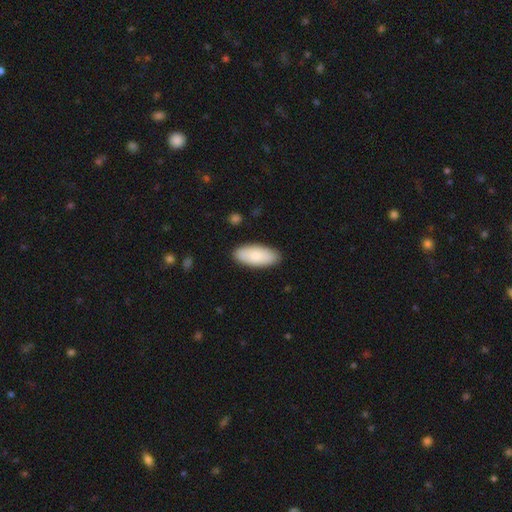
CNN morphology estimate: Smooth or featured: smooth — 82% (featured or disk — 13%)
How rounded: in between — 88% (cigar-shaped — 10%)
Merging: none — 88% (minor disturbance — 9%)